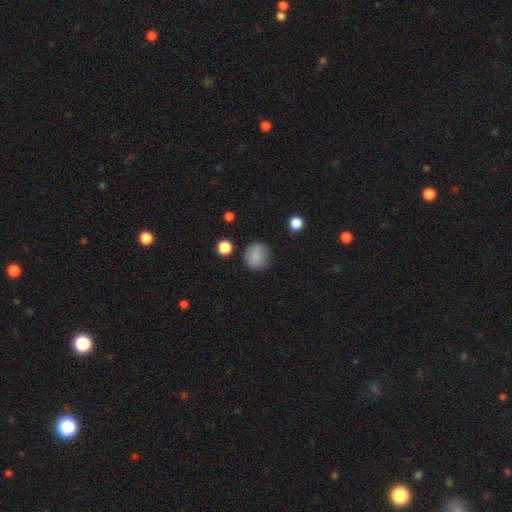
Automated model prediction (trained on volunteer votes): A smooth galaxy with no disk features (85%) that is round (84%).

Vote fractions:
- Smooth or featured? smooth: 85% / star or artifact: 10% / featured or disk: 5%
- How rounded? round: 84% / in between: 15% / cigar-shaped: 1%
- Merging? none: 80% / minor disturbance: 14% / major disturbance: 4% / merger: 2%